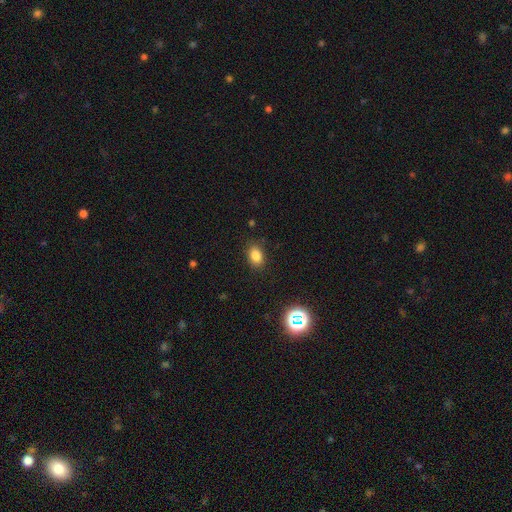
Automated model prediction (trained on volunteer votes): Smooth or featured? Predicted: smooth (p=0.83). How rounded? Predicted: in between (p=0.80). Merging? Predicted: none (p=0.86).